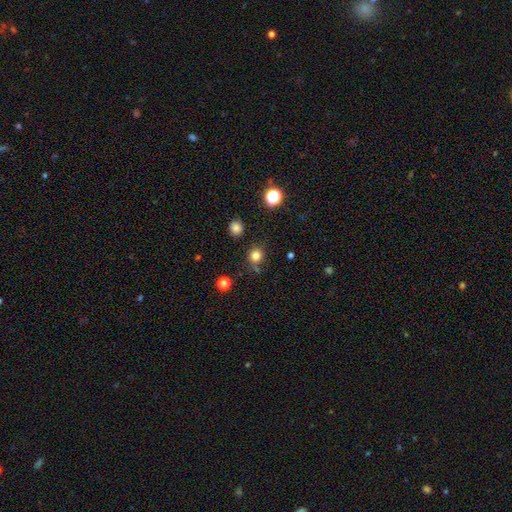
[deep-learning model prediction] This is likely a smooth galaxy (79%). How rounded: clearly round (87%). Merging: likely none (74%).